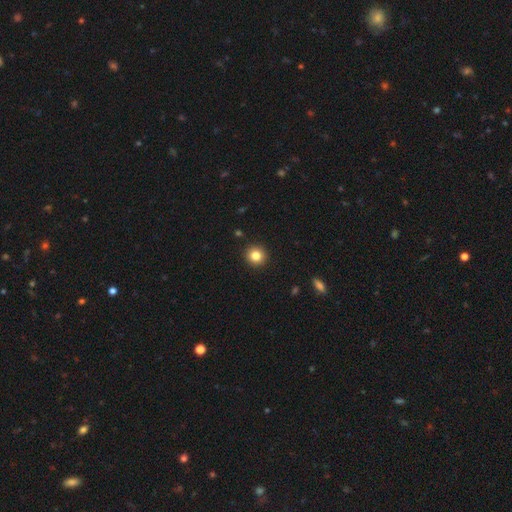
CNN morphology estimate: type=smooth (83%); roundness=round (93%); merging=none (93%).